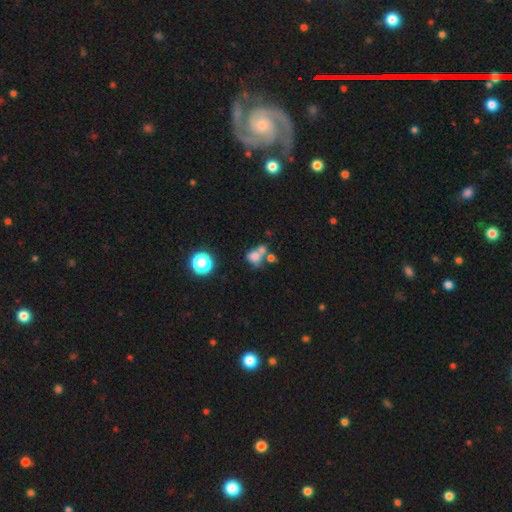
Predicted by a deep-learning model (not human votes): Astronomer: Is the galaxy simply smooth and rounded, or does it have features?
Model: smooth — 69%.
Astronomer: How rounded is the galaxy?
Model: round — 59% (runner-up: in between, 39%).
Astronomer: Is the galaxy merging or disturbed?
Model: merger — 49% (runner-up: none, 31%).